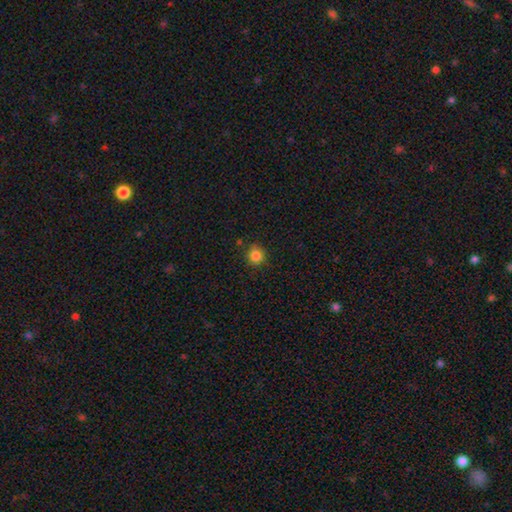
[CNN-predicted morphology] Overall: smooth (83%). How rounded: round (88%). Merging: none (82%).